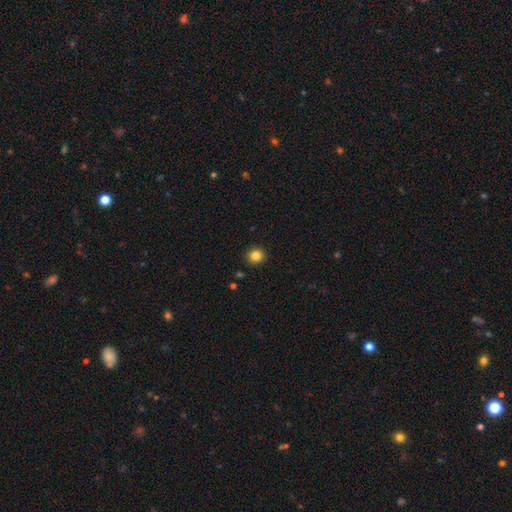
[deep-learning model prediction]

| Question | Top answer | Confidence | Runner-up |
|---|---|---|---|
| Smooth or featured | smooth | 84% | star or artifact (11%) |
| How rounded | round | 89% | in between (10%) |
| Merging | none | 92% | minor disturbance (5%) |